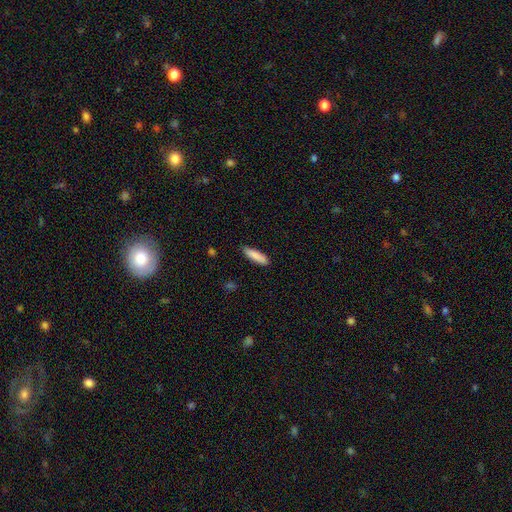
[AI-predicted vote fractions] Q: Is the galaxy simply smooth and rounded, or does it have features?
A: smooth — 87%.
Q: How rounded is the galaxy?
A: cigar-shaped — 72%.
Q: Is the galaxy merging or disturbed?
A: none — 86%.